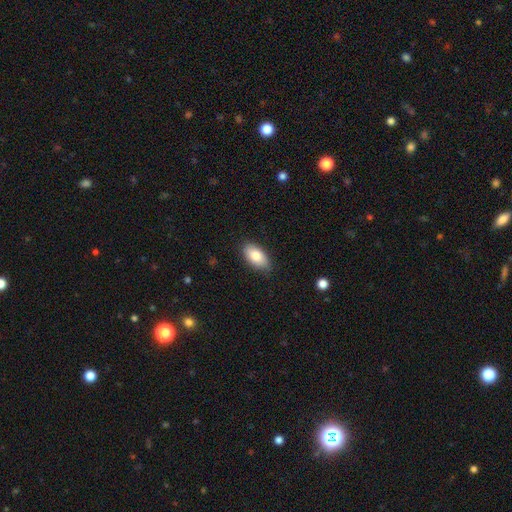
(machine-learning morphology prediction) Smooth or featured?
  - smooth: 83% *
  - featured or disk: 10%
  - star or artifact: 6%
How rounded?
  - in between: 93% *
  - round: 3%
  - cigar-shaped: 3%
Merging?
  - none: 83% *
  - minor disturbance: 14%
  - major disturbance: 2%
  - merger: 1%